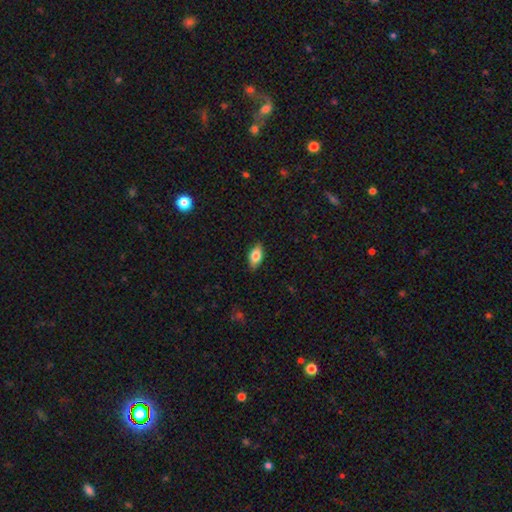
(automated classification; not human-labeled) This appears to be a smooth galaxy with no disk features (78%) that is in between round and cigar-shaped (90%). Merging: none (88%).